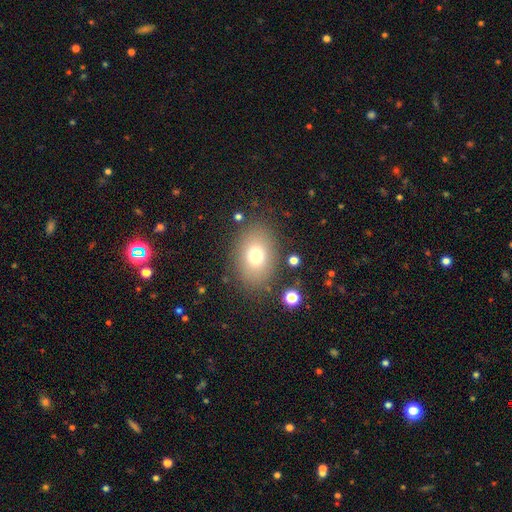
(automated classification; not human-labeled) Smooth or featured?
  - smooth: 74% *
  - featured or disk: 14%
  - star or artifact: 12%
How rounded?
  - in between: 76% *
  - round: 23%
  - cigar-shaped: 1%
Merging?
  - none: 84% *
  - minor disturbance: 10%
  - major disturbance: 4%
  - merger: 2%